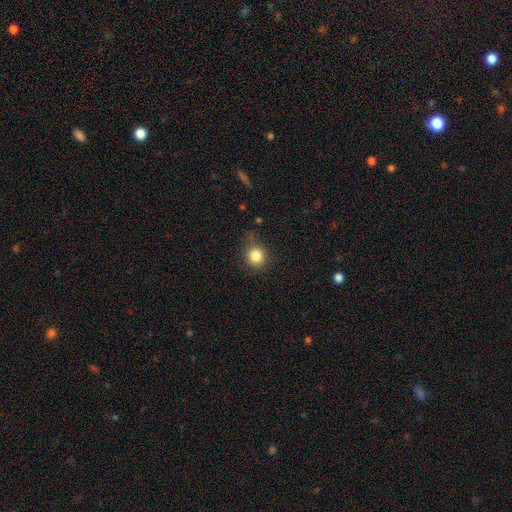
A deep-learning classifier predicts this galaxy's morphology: Smooth or featured? Predicted: smooth (p=0.83). How rounded? Predicted: round (p=0.86). Merging? Predicted: none (p=0.70).